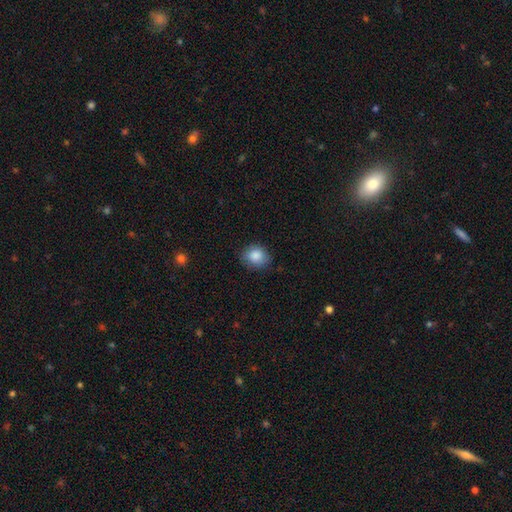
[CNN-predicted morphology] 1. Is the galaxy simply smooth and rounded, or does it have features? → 87% smooth, 8% star or artifact, 5% featured or disk.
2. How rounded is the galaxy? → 64% round, 35% in between, 1% cigar-shaped.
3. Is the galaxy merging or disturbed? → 82% none, 14% minor disturbance, 3% major disturbance, 1% merger.